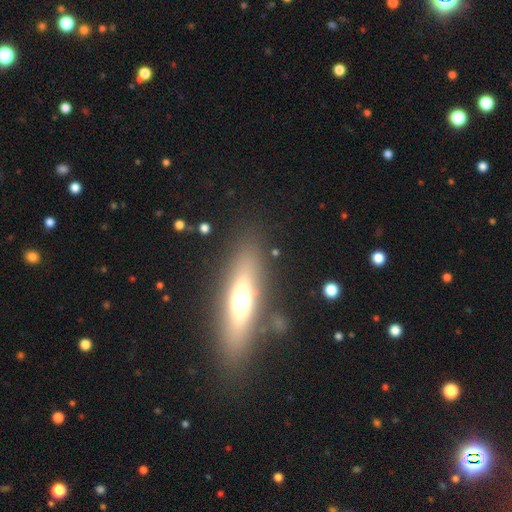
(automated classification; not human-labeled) Smooth or featured? featured or disk (49%)
Merging? none (85%)